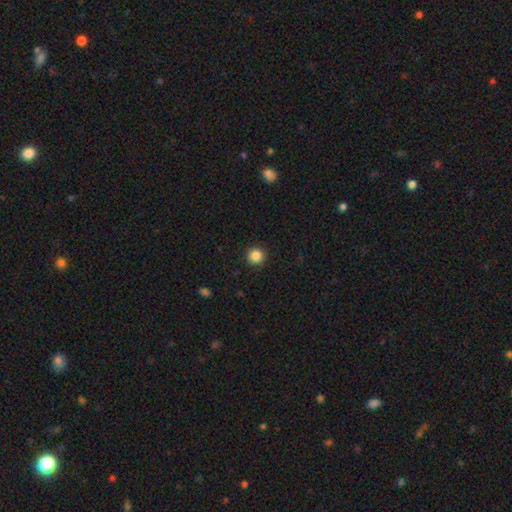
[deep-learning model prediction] smooth 86%, star or artifact 11%, featured or disk 4%. Down the decision tree: how rounded — round (95%); merging — none (93%).